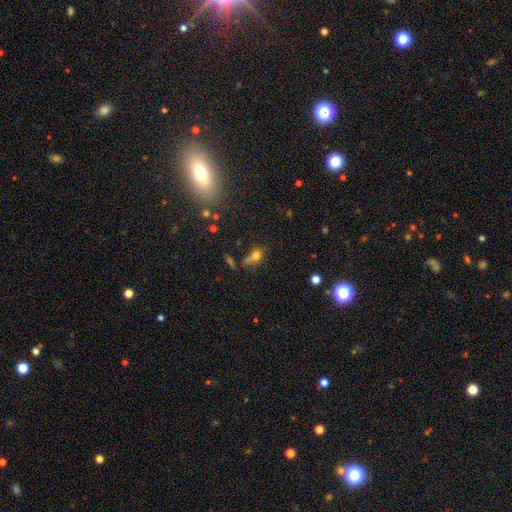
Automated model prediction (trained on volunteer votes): The model was most divided on "merging": none: 42%, minor disturbance: 23%, major disturbance: 19%, merger: 16%. More confident: smooth or featured — smooth (62%); how rounded — in between (61%).